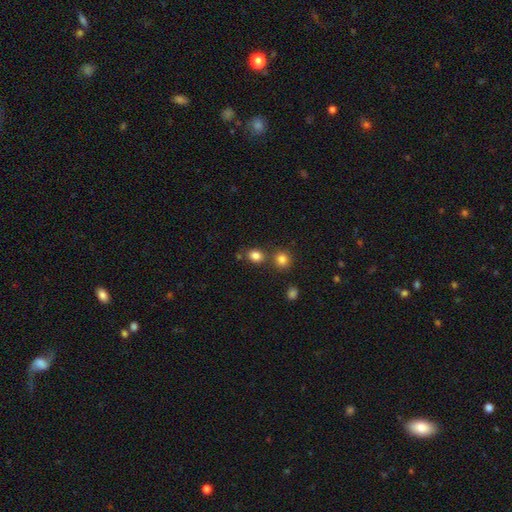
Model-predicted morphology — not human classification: Smooth or featured? Predicted: smooth (p=0.82). How rounded? Predicted: round (p=0.55). Merging? Predicted: none (p=0.67).